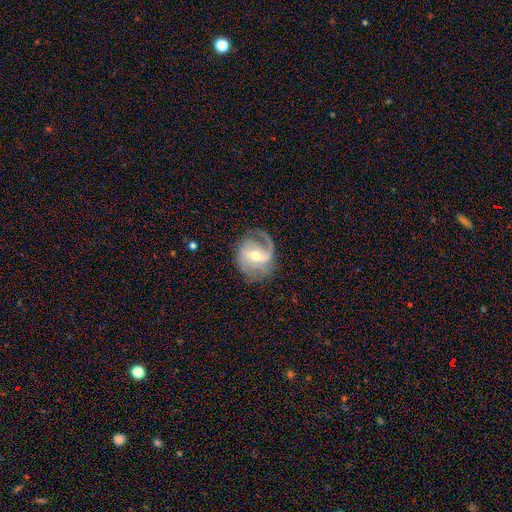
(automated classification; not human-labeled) A featured or disk galaxy (84%) with a weak bar (48%), 2 (58%) medium (44%) spiral arms (94%) and a moderate central bulge (59%). Merging: none (65%).